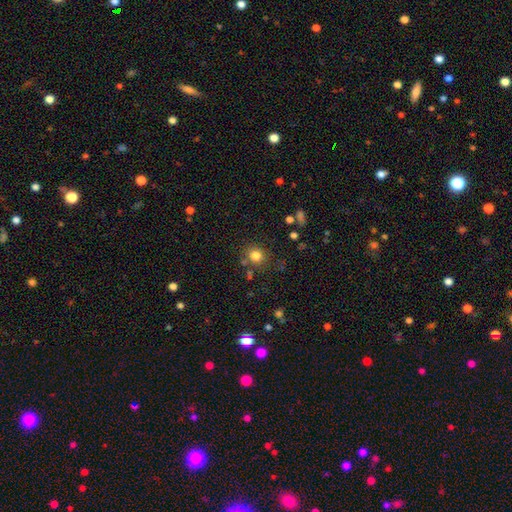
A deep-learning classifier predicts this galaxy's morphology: smooth-or-featured: smooth: 80% | star or artifact: 13% | featured or disk: 7%
  how-rounded: round: 84% | in between: 15% | cigar-shaped: 1%
  merging: none: 78% | minor disturbance: 11% | merger: 7% | major disturbance: 4%